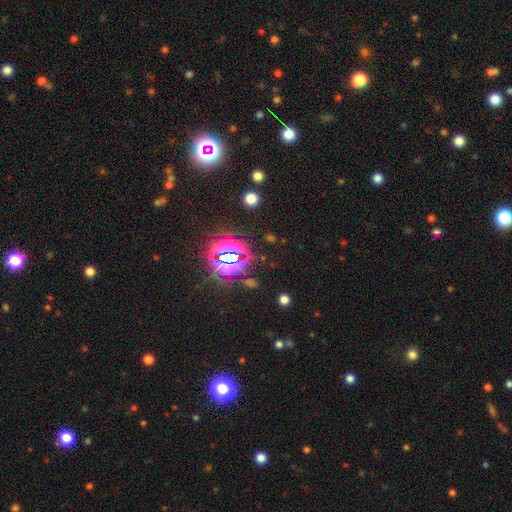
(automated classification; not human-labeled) Q: Smooth or featured?
A: star or artifact (82%); runner-up: smooth (11%)